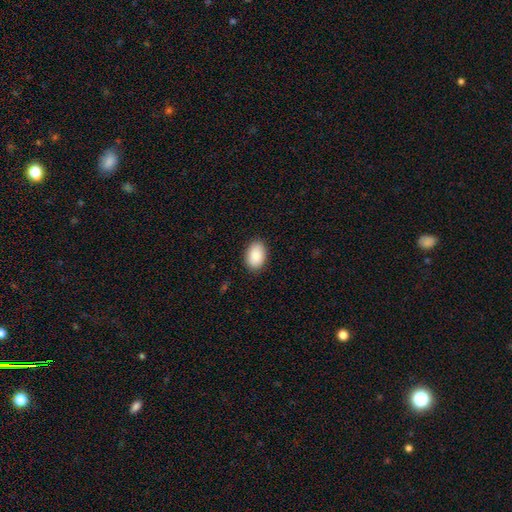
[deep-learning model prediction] smooth-or-featured: smooth: 87% | featured or disk: 7% | star or artifact: 7%
  how-rounded: in between: 86% | round: 13% | cigar-shaped: 1%
  merging: none: 88% | minor disturbance: 9% | major disturbance: 2% | merger: 1%